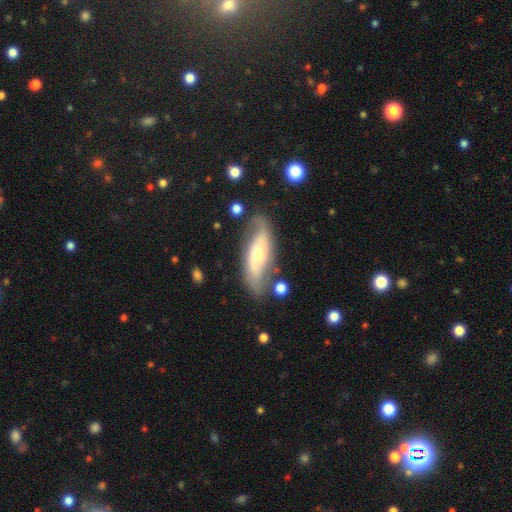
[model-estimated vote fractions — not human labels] A featured or disk galaxy (67%) with no bar (61%), spiral arms (79%) and a moderate central bulge (57%). Merging: none (68%).